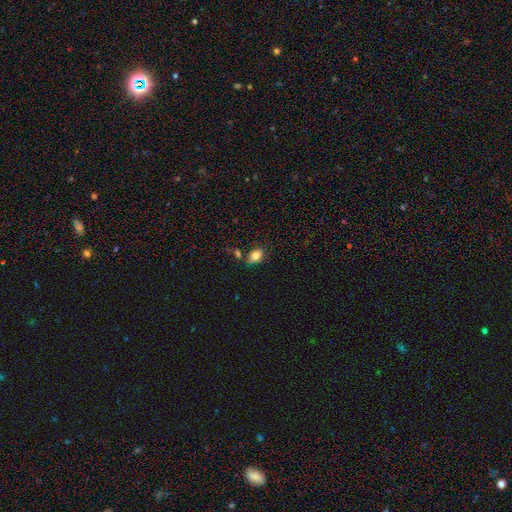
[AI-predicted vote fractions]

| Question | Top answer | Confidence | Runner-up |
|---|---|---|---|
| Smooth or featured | smooth | 80% | featured or disk (11%) |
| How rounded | in between | 86% | round (12%) |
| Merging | none | 71% | minor disturbance (16%) |